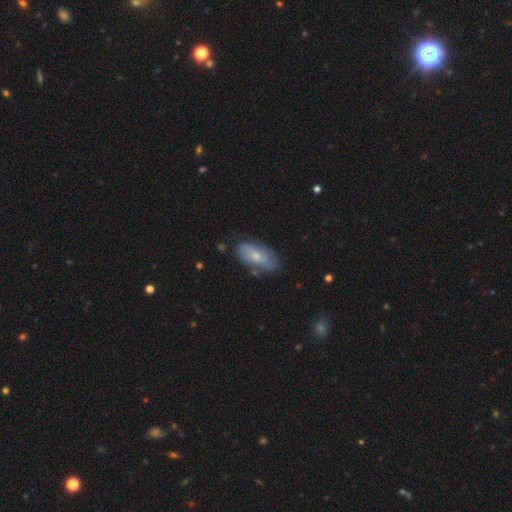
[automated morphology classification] Overall: smooth (54%; featured or disk 39%). How rounded: in between (89%). Merging: none (67%).